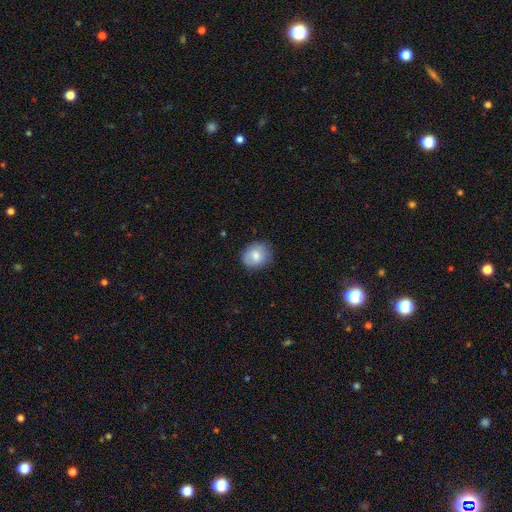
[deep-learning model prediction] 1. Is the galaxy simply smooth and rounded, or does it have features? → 79% smooth, 14% featured or disk, 8% star or artifact.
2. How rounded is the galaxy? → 65% round, 34% in between, 1% cigar-shaped.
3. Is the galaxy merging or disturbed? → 79% none, 17% minor disturbance, 3% major disturbance, 1% merger.